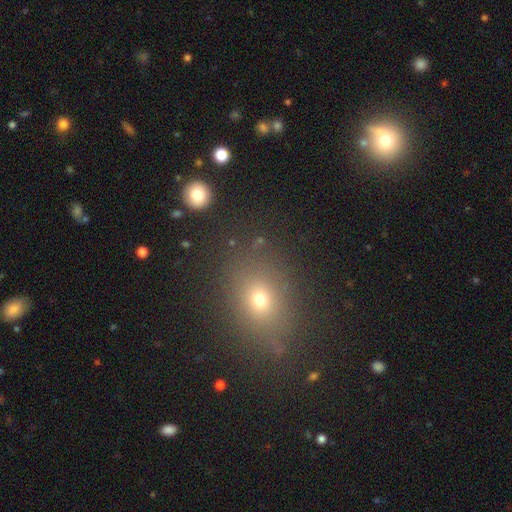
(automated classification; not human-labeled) A smooth galaxy with no disk features (57%) that is in between round and cigar-shaped (56%). Merging: none (85%).